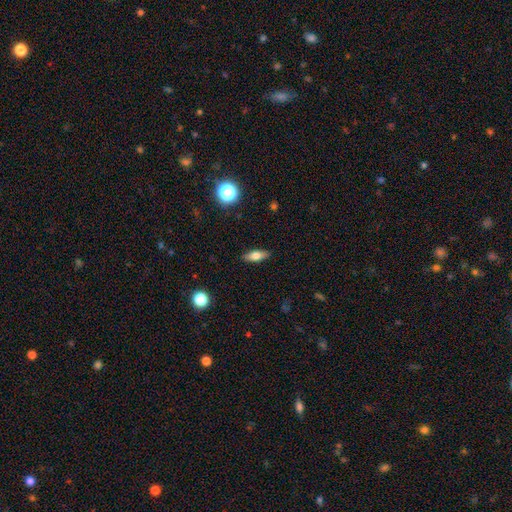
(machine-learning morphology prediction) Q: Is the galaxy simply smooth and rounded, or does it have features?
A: smooth — 68%.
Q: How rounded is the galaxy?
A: in between — 66%.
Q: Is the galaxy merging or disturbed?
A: none — 88%.